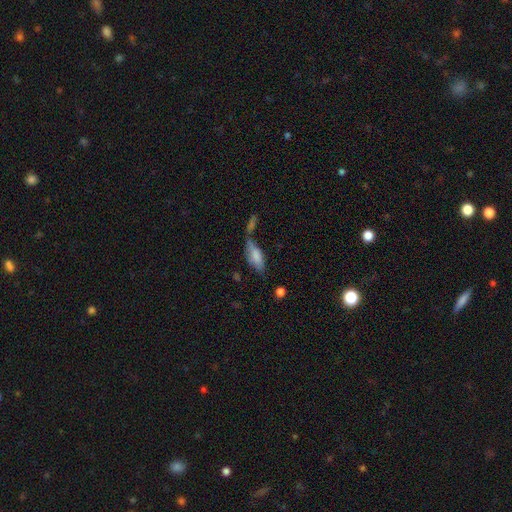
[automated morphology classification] type=smooth (76%); roundness=in between (77%); merging=none (37%).